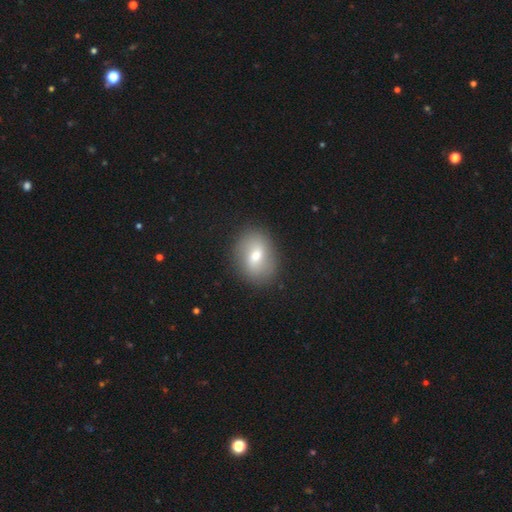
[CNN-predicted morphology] A smooth galaxy with no disk features (63%) that is in between round and cigar-shaped (66%).

Vote fractions:
- Smooth or featured? smooth: 63% / featured or disk: 28% / star or artifact: 9%
- How rounded? in between: 66% / round: 33% / cigar-shaped: 2%
- Merging? none: 86% / minor disturbance: 10% / major disturbance: 3% / merger: 1%